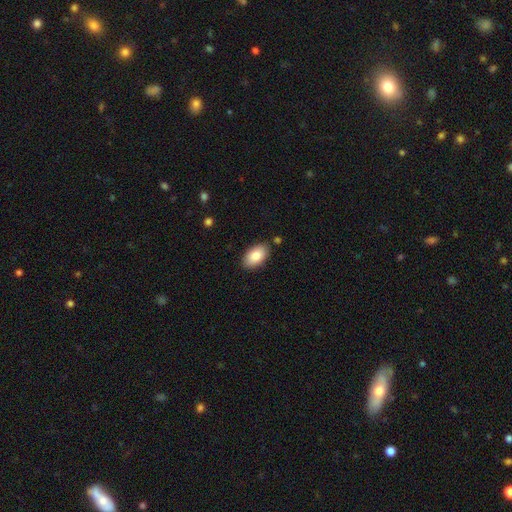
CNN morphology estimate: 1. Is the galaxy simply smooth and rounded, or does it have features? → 84% smooth, 9% featured or disk, 6% star or artifact.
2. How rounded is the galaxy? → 94% in between, 4% round, 1% cigar-shaped.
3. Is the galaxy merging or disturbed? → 86% none, 10% minor disturbance, 2% merger, 2% major disturbance.